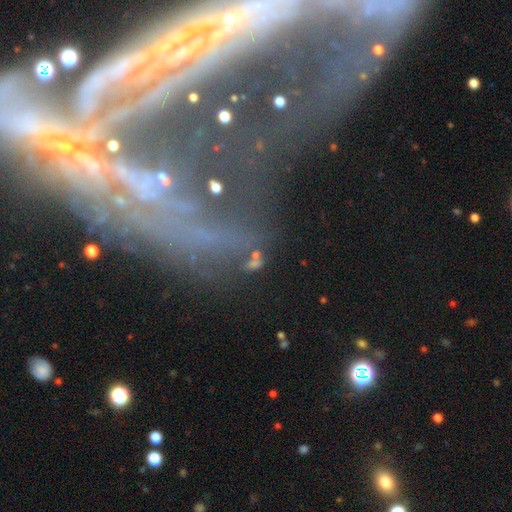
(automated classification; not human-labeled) Overall: smooth (38%; star or artifact 33%). Merging: none (57%; minor disturbance 17%).